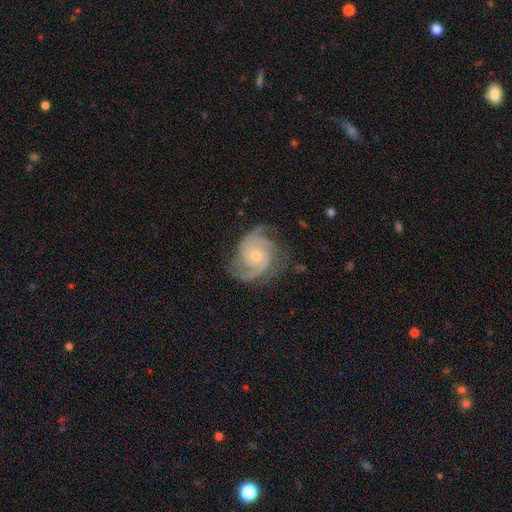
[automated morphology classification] type=featured or disk (91%); edge-on=no (98%); bar=no (74%); spiral arms=yes (98%); winding=tight (52%); arm count=3 (40%); bulge=small (64%); merging=none (73%).